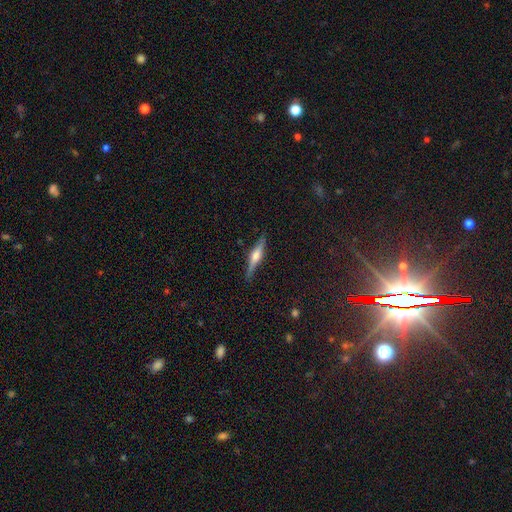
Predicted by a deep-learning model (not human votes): smooth-or-featured: featured or disk: 63% | smooth: 30% | star or artifact: 7%
  disk-edge-on: yes: 97% | no: 3%
    edge-on-bulge: rounded: 83% | boxy: 12% | none: 5%
  merging: none: 84% | minor disturbance: 12% | major disturbance: 2% | merger: 1%